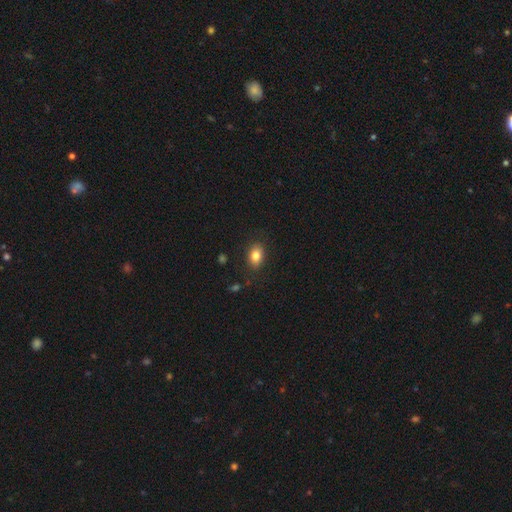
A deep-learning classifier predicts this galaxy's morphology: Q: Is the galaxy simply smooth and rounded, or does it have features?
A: smooth — 83%.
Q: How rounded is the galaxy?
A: in between — 80%.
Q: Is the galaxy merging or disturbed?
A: none — 85%.